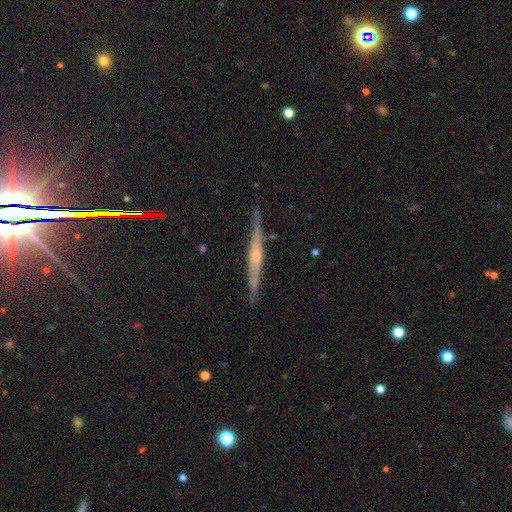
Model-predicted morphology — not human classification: This appears to be a featured or disk galaxy (73%) viewed edge-on (98%) with a rounded central bulge (46%). Merging: none (89%).